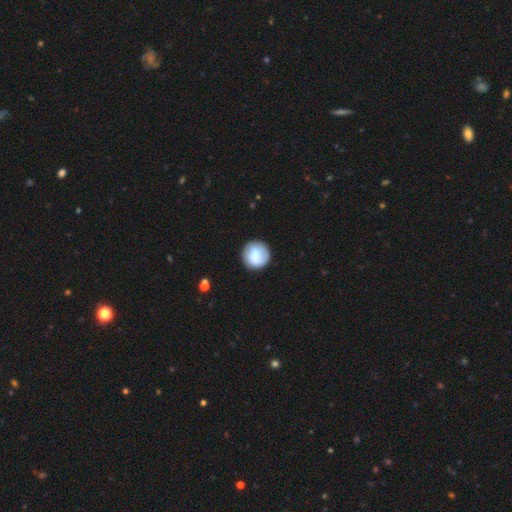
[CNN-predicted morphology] smooth-or-featured: smooth: 73% | featured or disk: 21% | star or artifact: 6%
  how-rounded: round: 94% | in between: 5% | cigar-shaped: 1%
  merging: none: 85% | minor disturbance: 10% | major disturbance: 3% | merger: 1%